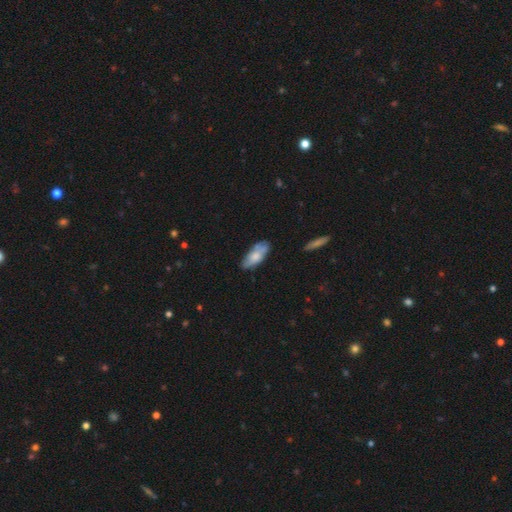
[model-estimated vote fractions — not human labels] This is likely a smooth galaxy (66%). How rounded: likely in between (79%). Merging: likely none (65%).